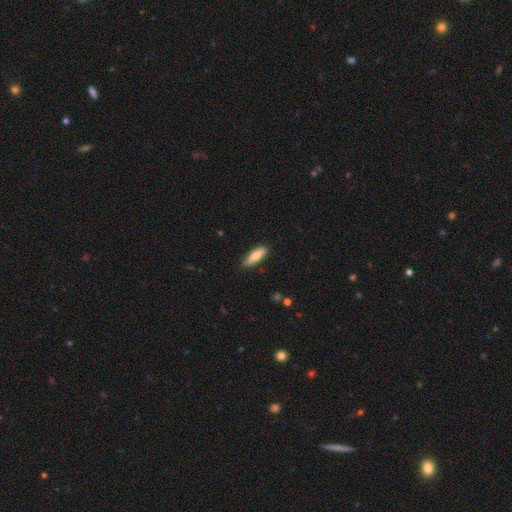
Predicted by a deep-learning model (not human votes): Overall: smooth (72%). How rounded: cigar-shaped (52%; in between 46%). Merging: none (87%).